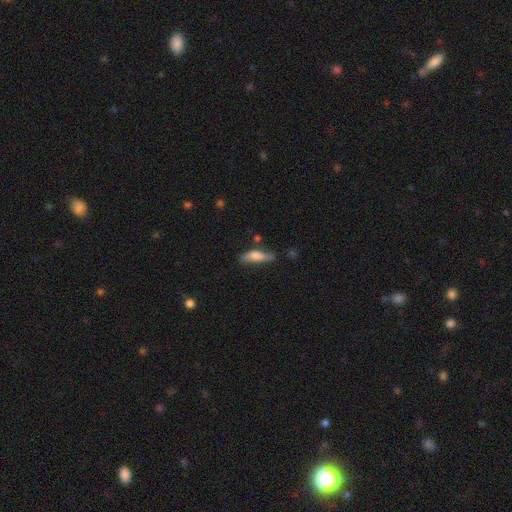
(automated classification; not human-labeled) Smooth or featured? Predicted: smooth (p=0.73). How rounded? Predicted: cigar-shaped (p=0.59). Merging? Predicted: none (p=0.57).